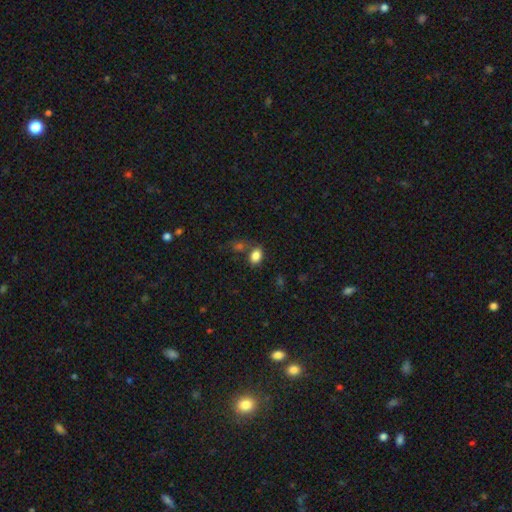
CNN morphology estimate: type=smooth (84%); roundness=in between (77%); merging=none (70%).